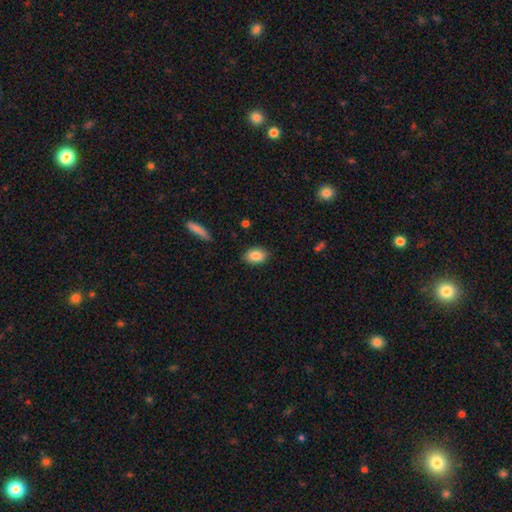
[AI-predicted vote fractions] The model was most divided on "how rounded": in between: 85%, round: 13%, cigar-shaped: 2%. More confident: merging — none (86%); smooth or featured — smooth (86%).